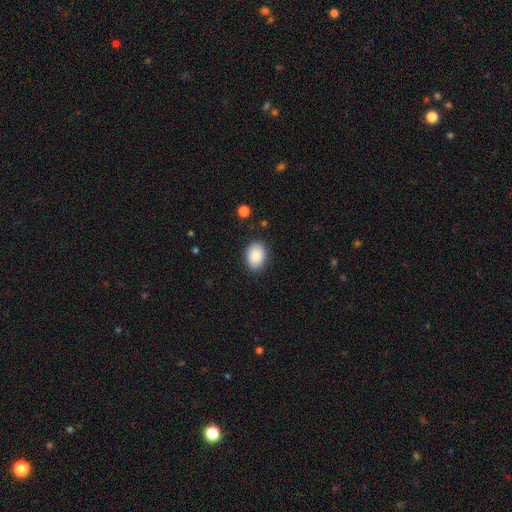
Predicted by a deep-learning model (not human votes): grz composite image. It shows a smooth galaxy with no disk features (88%) that is in between round and cigar-shaped (75%). Merging: none (86%).